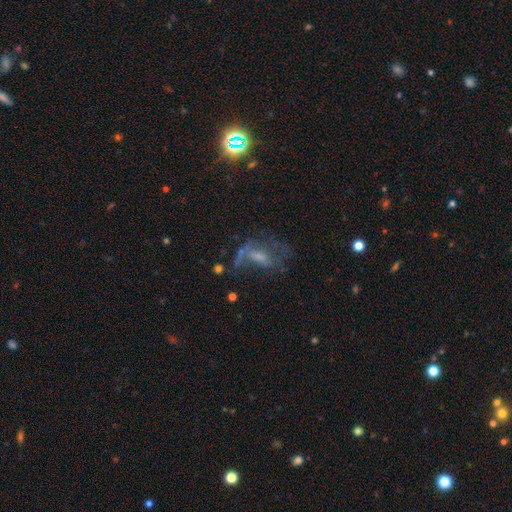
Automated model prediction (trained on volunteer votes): A featured or disk galaxy (57%) with no bar (51%), spiral arms (57%) and a small central bulge (37%). Merging: major disturbance (40%).